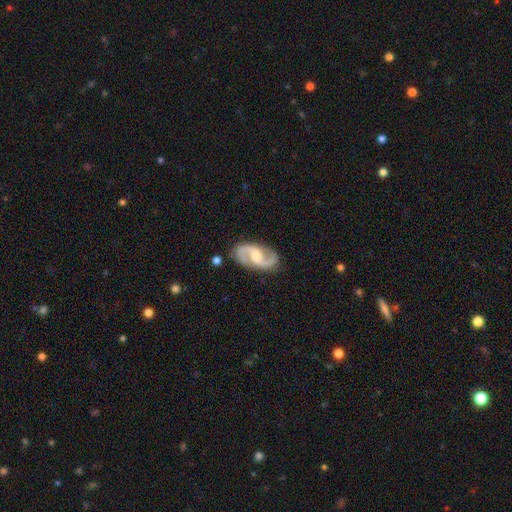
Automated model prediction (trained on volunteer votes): Smooth or featured?
  - featured or disk: 90% *
  - smooth: 6%
  - star or artifact: 4%
Edge-on disk?
  - no: 98% *
  - yes: 2%
Bar?
  - weak: 49% *
  - no: 37%
  - strong: 15%
Spiral arms?
  - yes: 98% *
  - no: 2%
Spiral winding?
  - medium: 57% *
  - loose: 28%
  - tight: 15%
Spiral arm count?
  - 2: 94% *
  - can't tell: 2%
  - 3: 1%
  - 1: 1%
  - 4: 1%
  - more than 4: 1%
Bulge size?
  - moderate: 41% *
  - small: 25%
  - none: 20%
  - large: 12%
  - dominant: 2%
Merging?
  - none: 84% *
  - minor disturbance: 11%
  - major disturbance: 3%
  - merger: 2%